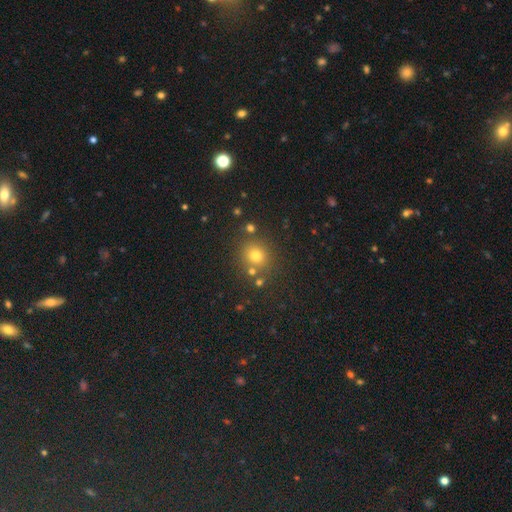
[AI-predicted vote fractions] A smooth galaxy with no disk features (69%) that is round (87%).

Vote fractions:
- Smooth or featured? smooth: 69% / star or artifact: 23% / featured or disk: 8%
- How rounded? round: 87% / in between: 12% / cigar-shaped: 1%
- Merging? none: 78% / merger: 10% / minor disturbance: 9% / major disturbance: 3%